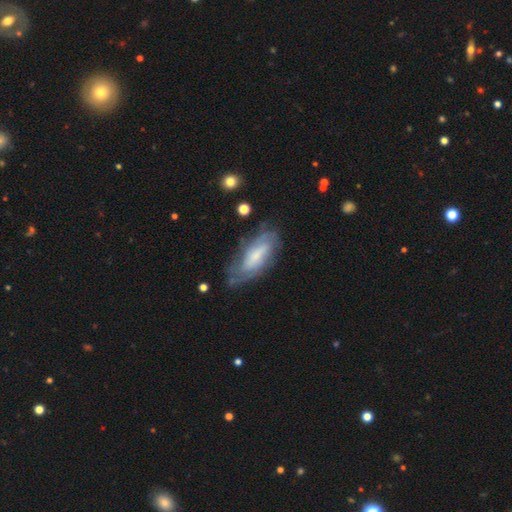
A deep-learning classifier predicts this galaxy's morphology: Smooth or featured: featured or disk — 60% (smooth — 33%)
Edge-on disk: no — 84% (yes — 16%)
Bar: no — 51% (weak — 37%)
Spiral arms: yes — 81% (no — 19%)
Bulge size: small — 43% (moderate — 33%)
Merging: none — 66% (minor disturbance — 22%)